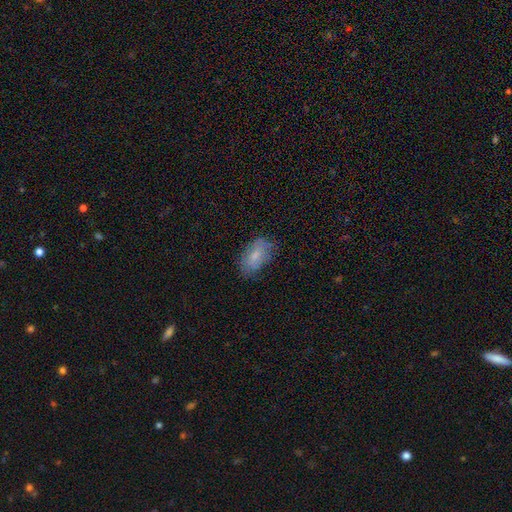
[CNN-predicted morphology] type=smooth (71%); roundness=in between (92%); merging=none (67%).